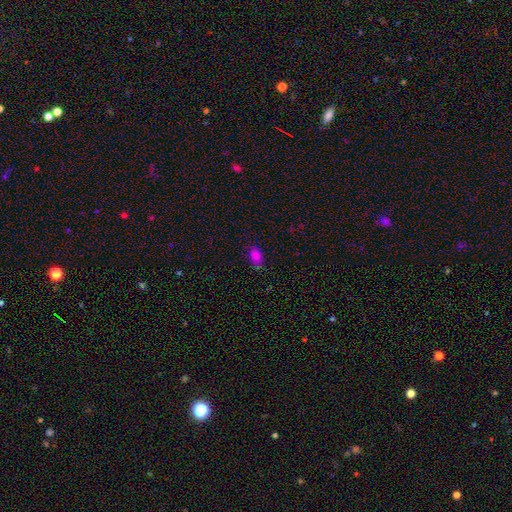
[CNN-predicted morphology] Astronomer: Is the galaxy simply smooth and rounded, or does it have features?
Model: smooth — 80%.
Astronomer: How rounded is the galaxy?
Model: in between — 88%.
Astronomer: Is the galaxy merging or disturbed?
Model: none — 67%.